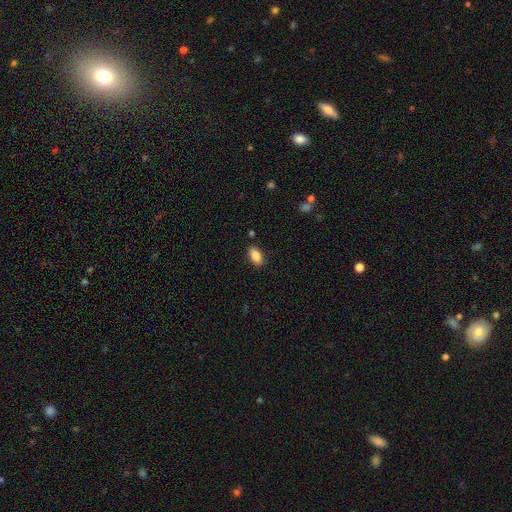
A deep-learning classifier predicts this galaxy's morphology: Smooth or featured?
  - smooth: 87% *
  - star or artifact: 8%
  - featured or disk: 5%
How rounded?
  - in between: 92% *
  - round: 4%
  - cigar-shaped: 3%
Merging?
  - none: 86% *
  - minor disturbance: 10%
  - major disturbance: 2%
  - merger: 2%